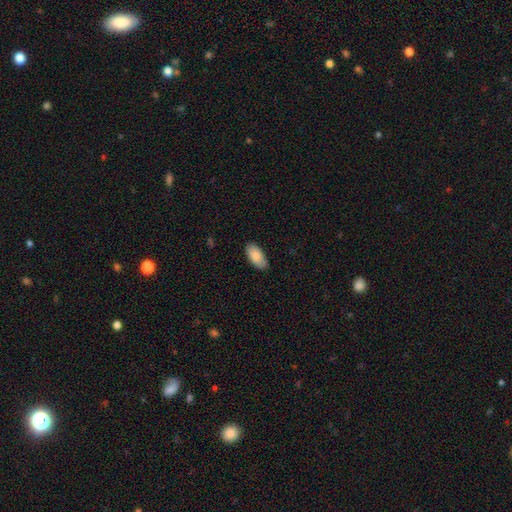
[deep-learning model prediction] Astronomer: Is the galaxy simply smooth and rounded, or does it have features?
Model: smooth — 87%.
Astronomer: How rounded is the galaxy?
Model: in between — 95%.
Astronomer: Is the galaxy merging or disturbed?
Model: none — 86%.